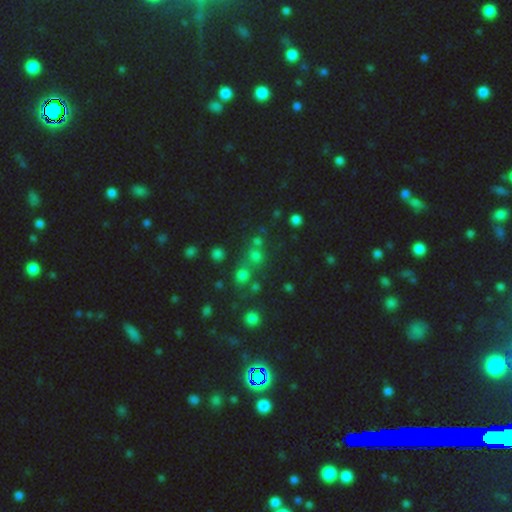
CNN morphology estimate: A smooth galaxy with no disk features (62%) that is round (88%).

Vote fractions:
- Smooth or featured? smooth: 62% / star or artifact: 30% / featured or disk: 8%
- How rounded? round: 88% / in between: 10% / cigar-shaped: 1%
- Merging? none: 63% / merger: 23% / minor disturbance: 9% / major disturbance: 5%